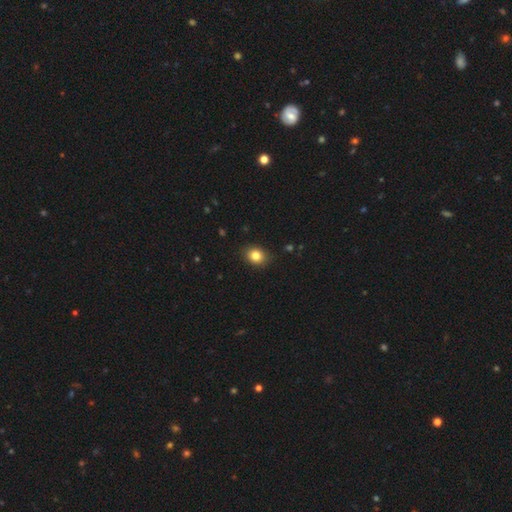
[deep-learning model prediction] smooth 83%, star or artifact 11%, featured or disk 6%. Down the decision tree: how rounded — round (56%); merging — none (87%).